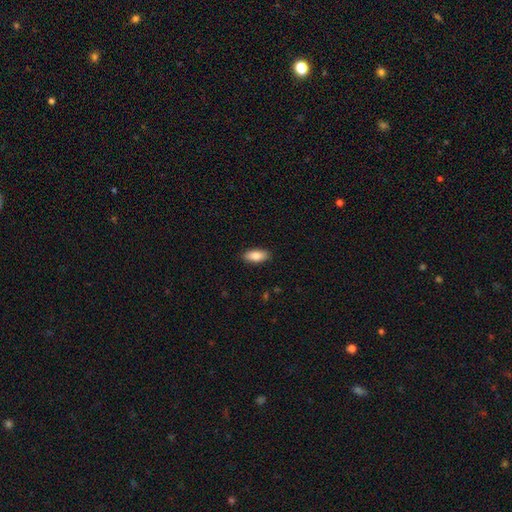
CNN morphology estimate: Q: Smooth or featured?
A: smooth (86%); runner-up: featured or disk (7%)
Q: How rounded?
A: in between (87%); runner-up: cigar-shaped (10%)
Q: Merging?
A: none (89%); runner-up: minor disturbance (8%)